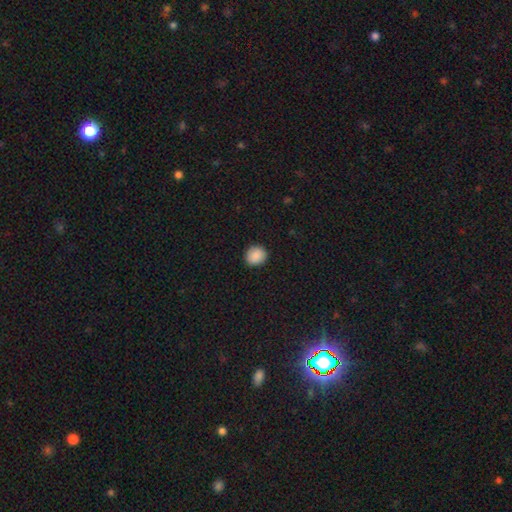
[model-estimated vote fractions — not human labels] A smooth galaxy with no disk features (89%) that is round (82%).

Vote fractions:
- Smooth or featured? smooth: 89% / star or artifact: 8% / featured or disk: 3%
- How rounded? round: 82% / in between: 17% / cigar-shaped: 1%
- Merging? none: 91% / minor disturbance: 7% / major disturbance: 2% / merger: 1%